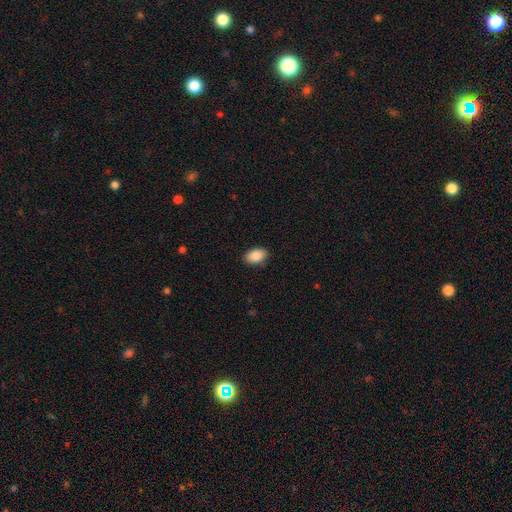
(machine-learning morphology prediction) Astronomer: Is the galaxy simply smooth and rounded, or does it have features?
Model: smooth — 88%.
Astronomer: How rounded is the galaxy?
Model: in between — 90%.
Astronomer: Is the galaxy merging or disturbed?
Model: none — 88%.